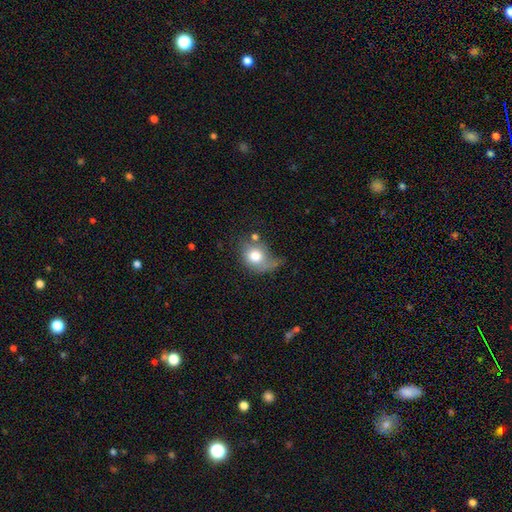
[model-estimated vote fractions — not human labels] Smooth or featured?
  - smooth: 74% *
  - featured or disk: 16%
  - star or artifact: 9%
How rounded?
  - round: 58% *
  - in between: 40%
  - cigar-shaped: 1%
Merging?
  - none: 36% *
  - minor disturbance: 31%
  - major disturbance: 22%
  - merger: 11%